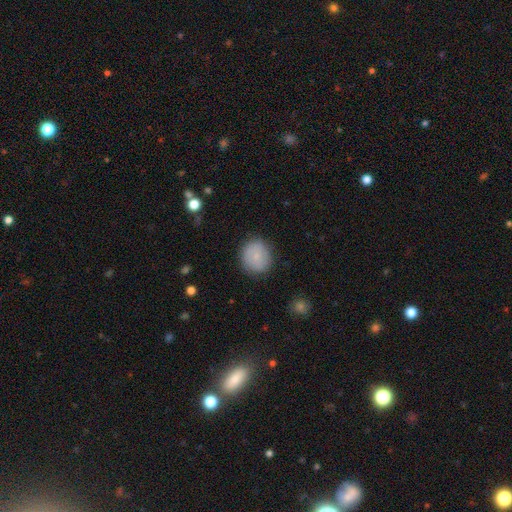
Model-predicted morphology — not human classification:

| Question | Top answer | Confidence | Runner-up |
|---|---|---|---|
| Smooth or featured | smooth | 79% | featured or disk (14%) |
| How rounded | round | 83% | in between (16%) |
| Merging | none | 83% | minor disturbance (13%) |